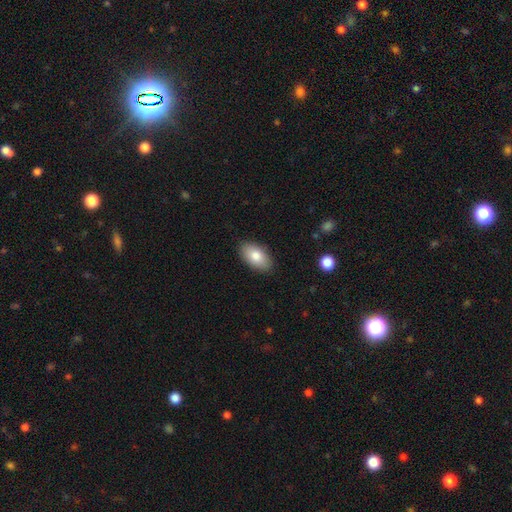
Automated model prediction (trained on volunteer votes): Q: Smooth or featured?
A: smooth (81%); runner-up: featured or disk (12%)
Q: How rounded?
A: in between (94%); runner-up: round (4%)
Q: Merging?
A: none (87%); runner-up: minor disturbance (10%)